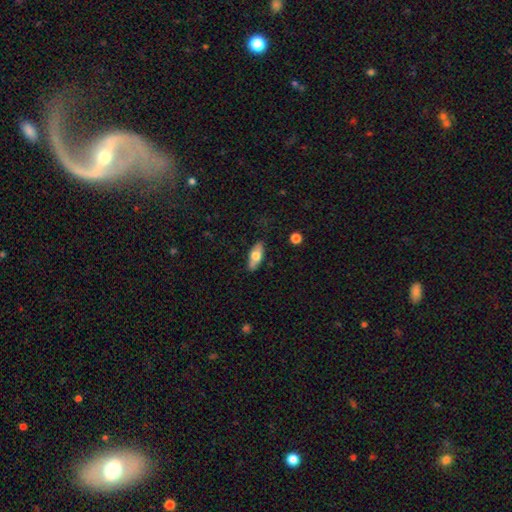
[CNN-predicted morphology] This is likely a smooth galaxy (64%). How rounded: likely in between (79%). Merging: clearly none (84%).